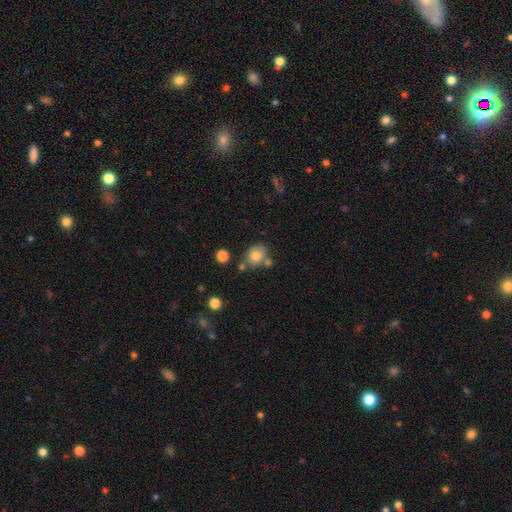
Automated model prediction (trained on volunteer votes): smooth-or-featured: smooth: 78% | featured or disk: 12% | star or artifact: 10%
  how-rounded: round: 64% | in between: 35% | cigar-shaped: 1%
  merging: none: 64% | merger: 17% | minor disturbance: 15% | major disturbance: 4%